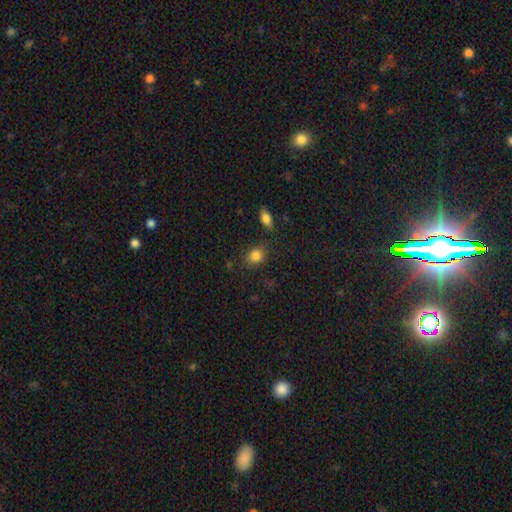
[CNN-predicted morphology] smooth_or_featured: smooth (p=0.84) [alt: star or artifact p=0.10]
how_rounded: round (p=0.55) [alt: in between p=0.44]
merging: none (p=0.79) [alt: minor disturbance p=0.14]